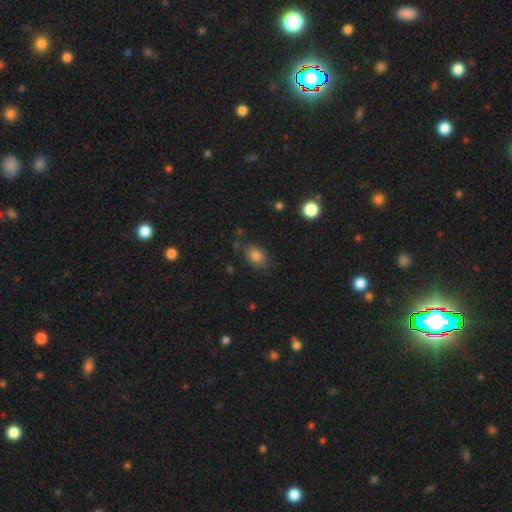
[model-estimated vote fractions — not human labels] Smooth or featured: smooth — 81% (star or artifact — 11%)
How rounded: in between — 75% (round — 23%)
Merging: none — 76% (minor disturbance — 17%)